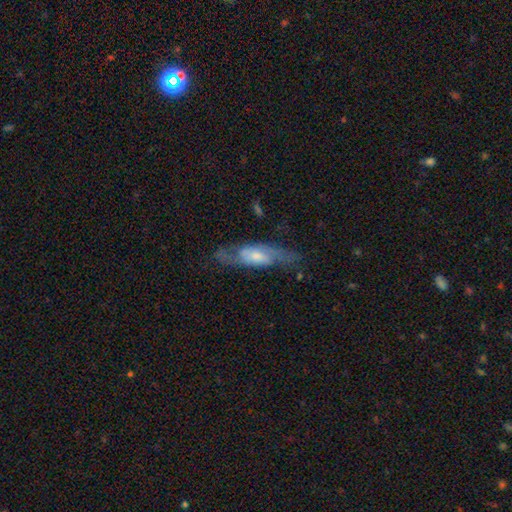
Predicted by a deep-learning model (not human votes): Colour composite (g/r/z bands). It shows a featured or disk galaxy (63%). Merging: none (65%).